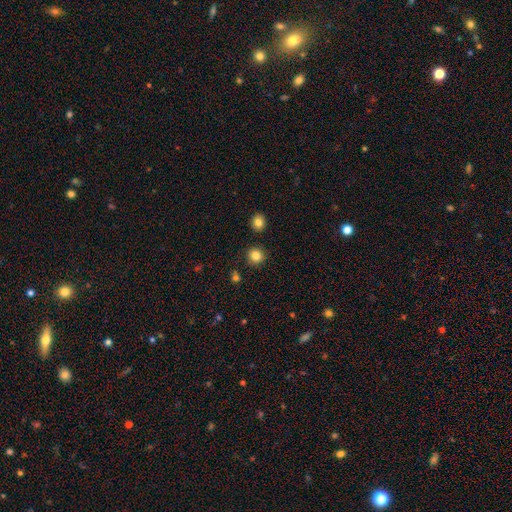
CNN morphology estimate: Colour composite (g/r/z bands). It shows a smooth galaxy with no disk features (83%) that is round (93%). Merging: none (90%).